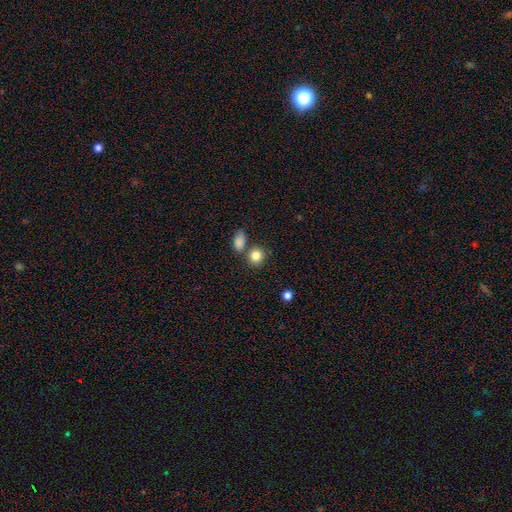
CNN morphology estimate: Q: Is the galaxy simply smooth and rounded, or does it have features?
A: smooth — 84%.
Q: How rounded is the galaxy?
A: round — 77%.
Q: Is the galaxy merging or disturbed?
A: none — 67%.